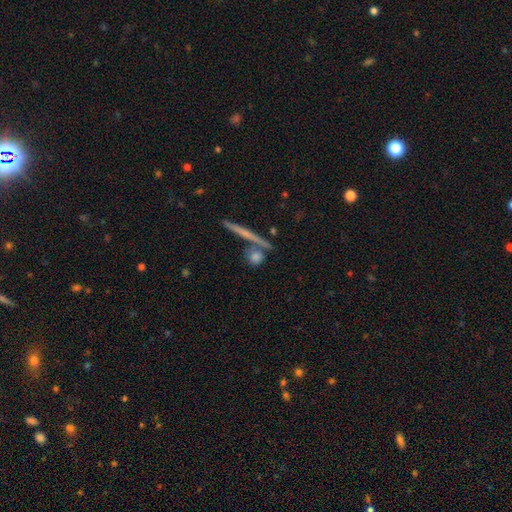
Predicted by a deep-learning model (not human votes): A smooth galaxy with no disk features (59%) that is round (52%).

Vote fractions:
- Smooth or featured? smooth: 59% / featured or disk: 31% / star or artifact: 10%
- How rounded? round: 52% / cigar-shaped: 36% / in between: 12%
- Merging? none: 72% / merger: 16% / minor disturbance: 8% / major disturbance: 4%